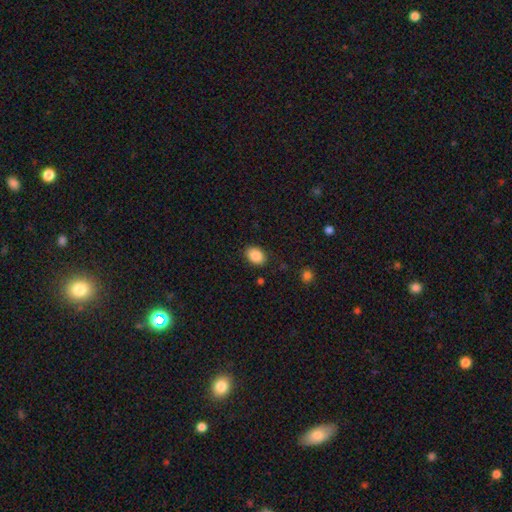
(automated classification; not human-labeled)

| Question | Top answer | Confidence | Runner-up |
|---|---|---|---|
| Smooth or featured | smooth | 87% | star or artifact (8%) |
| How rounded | in between | 75% | round (24%) |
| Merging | none | 86% | minor disturbance (10%) |